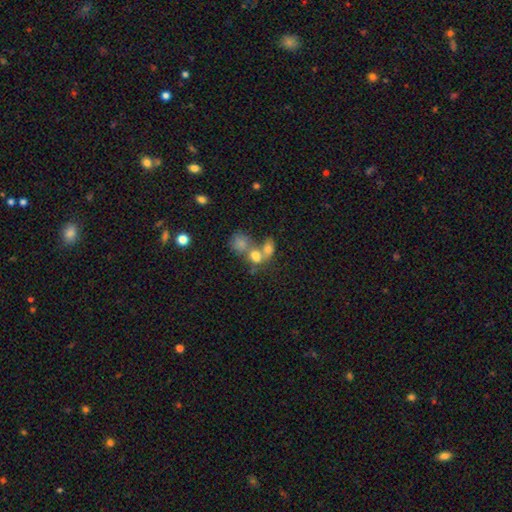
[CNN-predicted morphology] A smooth galaxy with no disk features (70%) that is in between round and cigar-shaped (55%).

Vote fractions:
- Smooth or featured? smooth: 70% / featured or disk: 18% / star or artifact: 13%
- How rounded? in between: 55% / round: 43% / cigar-shaped: 2%
- Merging? merger: 63% / none: 23% / minor disturbance: 8% / major disturbance: 6%